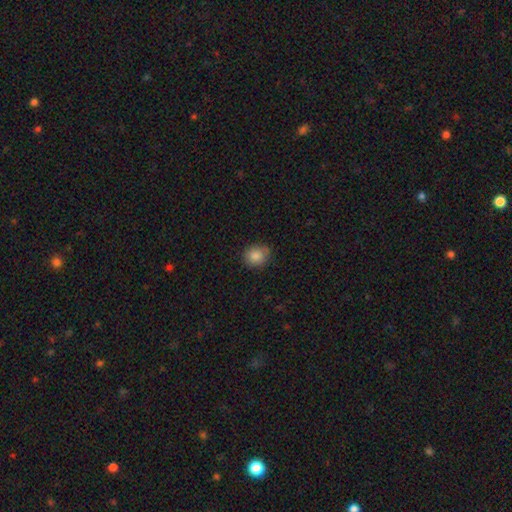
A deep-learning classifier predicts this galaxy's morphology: Q: Smooth or featured?
A: smooth (85%); runner-up: star or artifact (9%)
Q: How rounded?
A: round (74%); runner-up: in between (26%)
Q: Merging?
A: none (81%); runner-up: minor disturbance (15%)